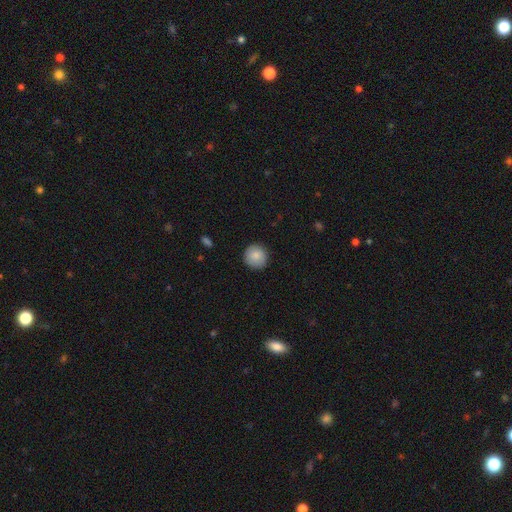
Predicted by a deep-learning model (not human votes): smooth-or-featured: smooth: 86% | star or artifact: 7% | featured or disk: 6%
  how-rounded: round: 93% | in between: 6% | cigar-shaped: 1%
  merging: none: 89% | minor disturbance: 8% | major disturbance: 2% | merger: 1%